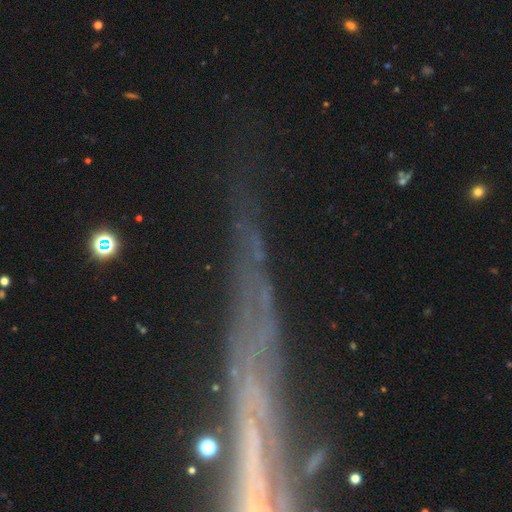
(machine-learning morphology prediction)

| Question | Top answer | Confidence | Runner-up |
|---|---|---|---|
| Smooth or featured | star or artifact | 44% | featured or disk (35%) |